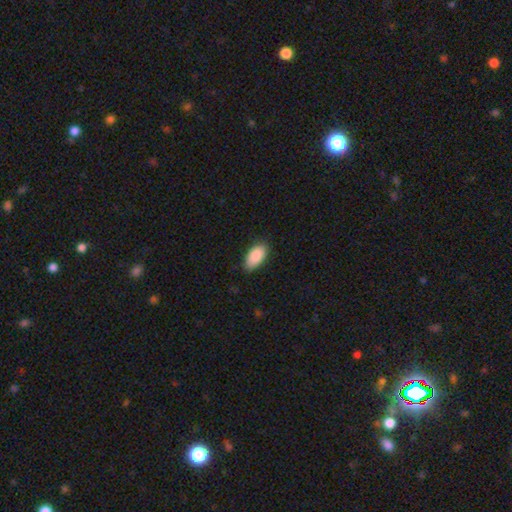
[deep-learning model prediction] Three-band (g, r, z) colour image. It shows a smooth galaxy with no disk features (88%) that is in between round and cigar-shaped (94%). Merging: none (81%).